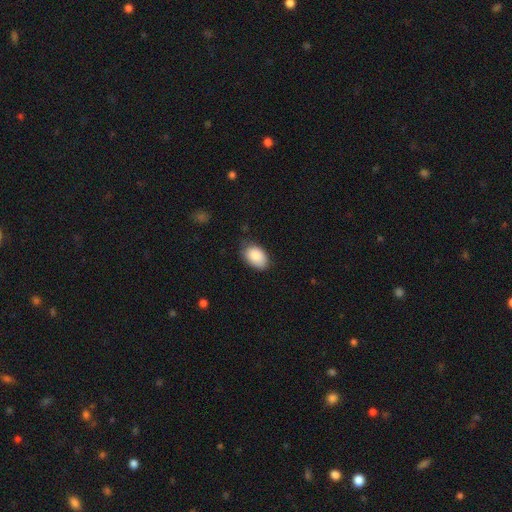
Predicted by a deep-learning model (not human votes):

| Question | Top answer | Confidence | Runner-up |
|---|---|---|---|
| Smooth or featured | smooth | 88% | star or artifact (7%) |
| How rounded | in between | 90% | round (9%) |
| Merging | none | 74% | minor disturbance (21%) |